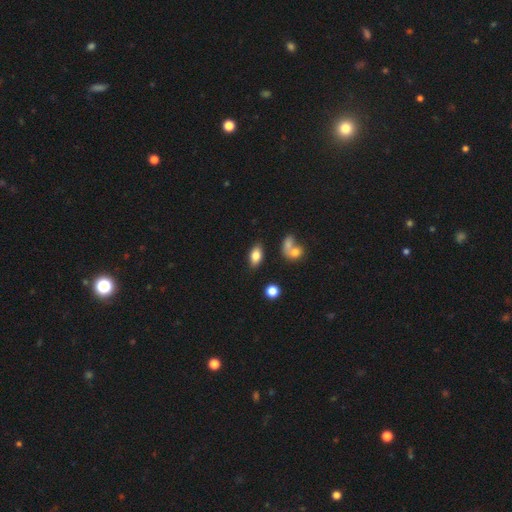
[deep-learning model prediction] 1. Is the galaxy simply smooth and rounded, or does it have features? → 80% smooth, 12% featured or disk, 9% star or artifact.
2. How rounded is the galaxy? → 89% in between, 7% round, 5% cigar-shaped.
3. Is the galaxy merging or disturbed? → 78% none, 11% minor disturbance, 7% merger, 4% major disturbance.